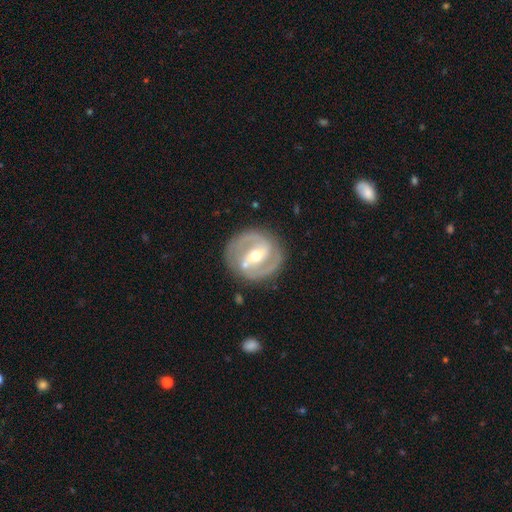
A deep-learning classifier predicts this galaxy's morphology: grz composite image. It shows a featured or disk galaxy (87%) with a strong bar (57%), 2 (90%) medium (46%) spiral arms (92%) and a moderate central bulge (61%). Merging: none (85%).